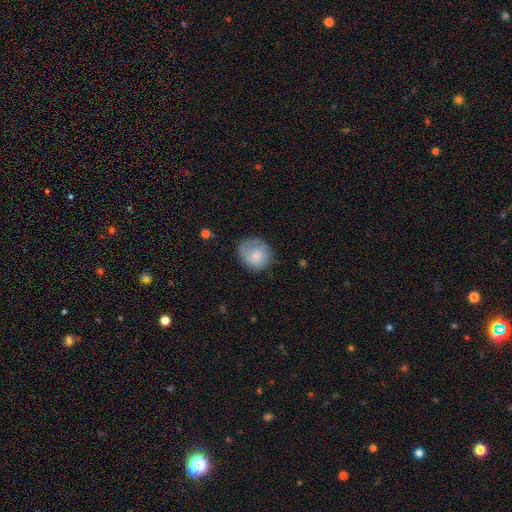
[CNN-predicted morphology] Smooth or featured?
  - smooth: 76% *
  - featured or disk: 17%
  - star or artifact: 7%
How rounded?
  - round: 79% *
  - in between: 20%
  - cigar-shaped: 1%
Merging?
  - none: 65% *
  - minor disturbance: 24%
  - major disturbance: 8%
  - merger: 2%